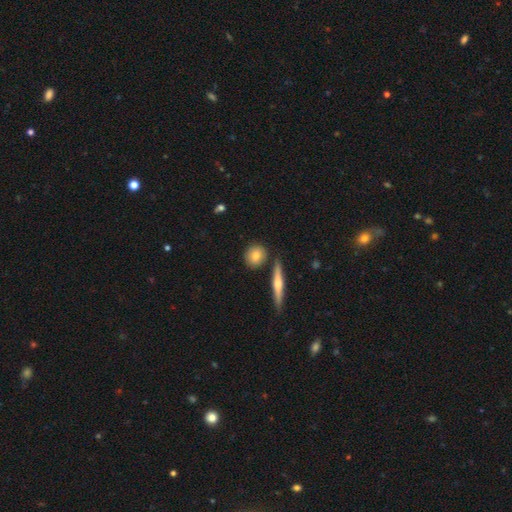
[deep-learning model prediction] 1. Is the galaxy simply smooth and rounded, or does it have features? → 77% smooth, 16% featured or disk, 7% star or artifact.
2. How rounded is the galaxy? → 73% round, 22% in between, 5% cigar-shaped.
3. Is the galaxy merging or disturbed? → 81% none, 10% minor disturbance, 7% merger, 2% major disturbance.